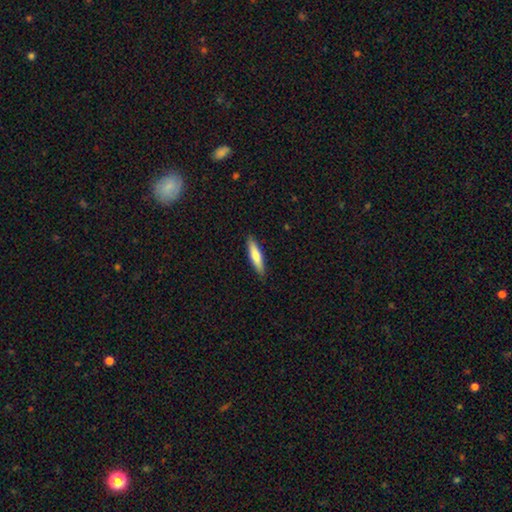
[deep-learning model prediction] Smooth or featured? smooth (73%)
How rounded? cigar-shaped (78%)
Merging? none (89%)